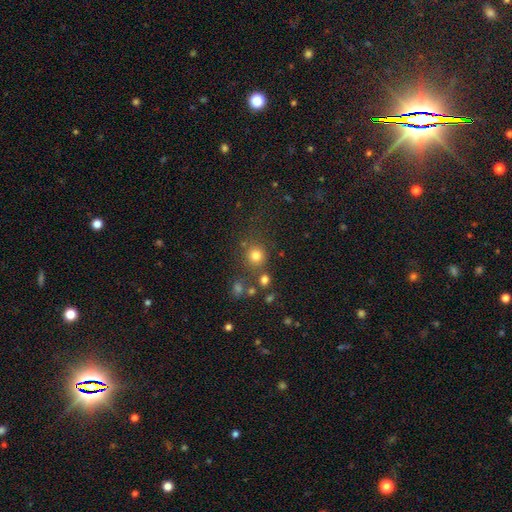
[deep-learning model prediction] The model was most divided on "smooth or featured": smooth: 77%, star or artifact: 16%, featured or disk: 7%. More confident: how rounded — round (89%); merging — none (74%).